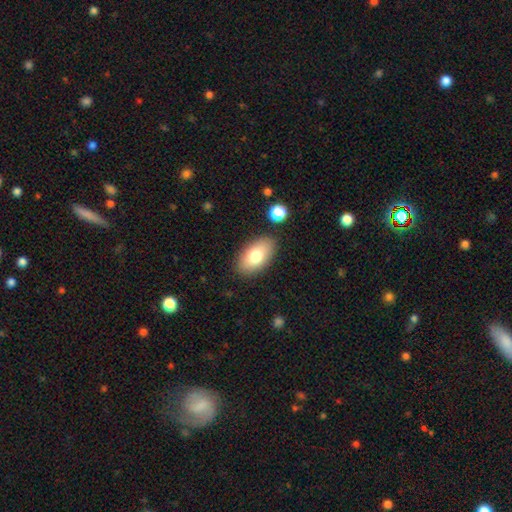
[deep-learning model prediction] smooth-or-featured: smooth: 78% | featured or disk: 15% | star or artifact: 7%
  how-rounded: in between: 93% | round: 5% | cigar-shaped: 2%
  merging: none: 86% | minor disturbance: 9% | major disturbance: 3% | merger: 2%